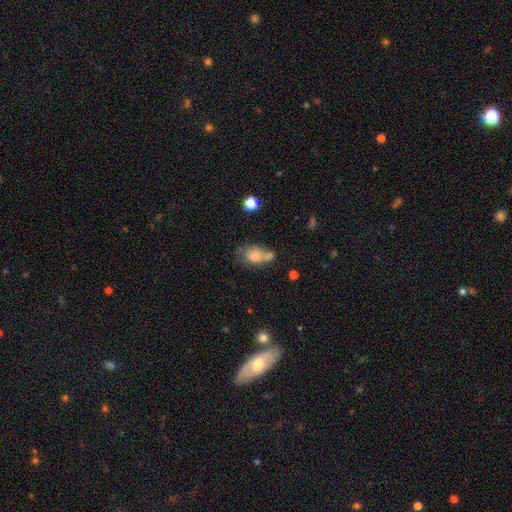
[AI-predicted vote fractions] smooth_or_featured: smooth (p=0.66) [alt: featured or disk p=0.21]
how_rounded: in between (p=0.63) [alt: round p=0.35]
merging: merger (p=0.38) [alt: none p=0.36]